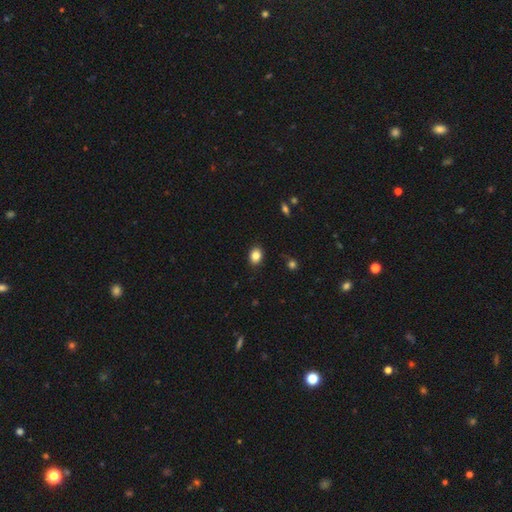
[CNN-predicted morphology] This appears to be a smooth galaxy with no disk features (85%) that is in between round and cigar-shaped (59%). Merging: none (87%).